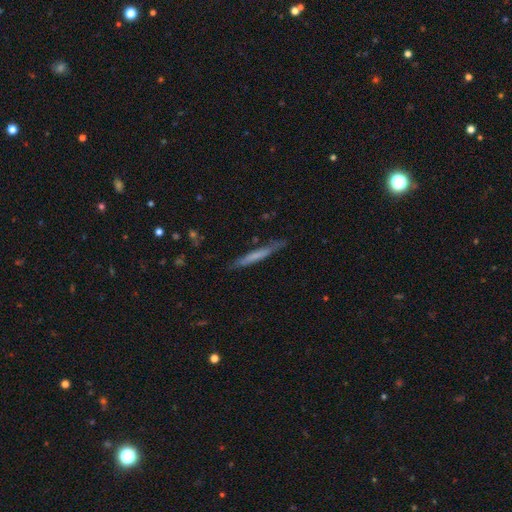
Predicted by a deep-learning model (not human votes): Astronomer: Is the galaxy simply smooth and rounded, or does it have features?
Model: smooth — 54% (runner-up: featured or disk, 40%).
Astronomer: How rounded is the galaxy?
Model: cigar-shaped — 96%.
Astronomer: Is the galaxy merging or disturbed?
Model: none — 82%.